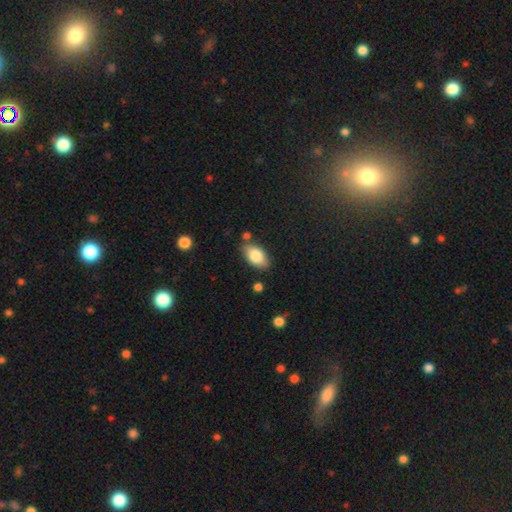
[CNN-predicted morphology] smooth 82%, featured or disk 11%, star or artifact 7%. Down the decision tree: how rounded — in between (93%); merging — none (79%).